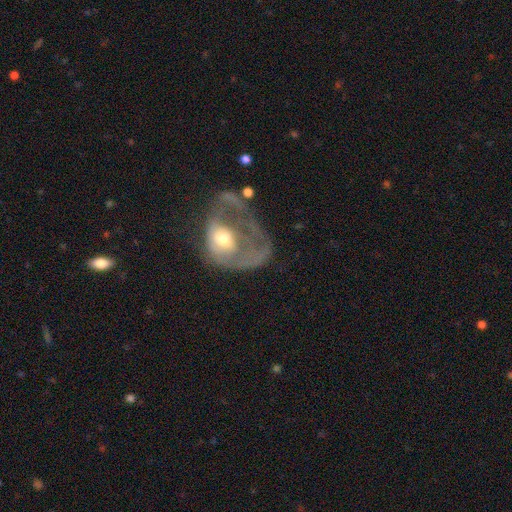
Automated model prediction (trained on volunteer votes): Morphology: type=featured or disk (62%); edge-on=no (96%); bar=no (79%); spiral arms=no (61%); bulge=moderate (63%); merging=major disturbance (64%).